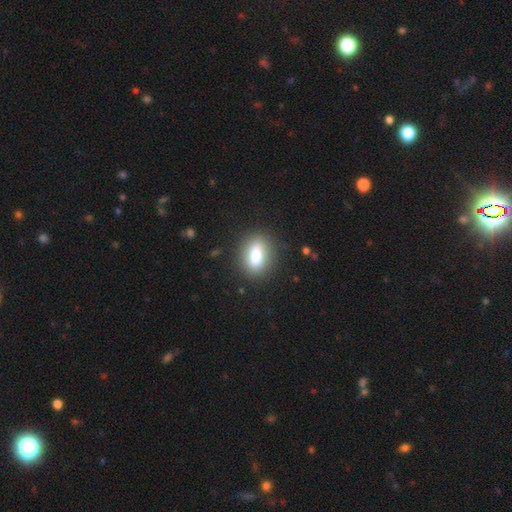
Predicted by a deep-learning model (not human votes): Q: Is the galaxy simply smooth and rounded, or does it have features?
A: smooth — 76%.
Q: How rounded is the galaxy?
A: in between — 74%.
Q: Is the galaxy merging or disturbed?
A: none — 86%.